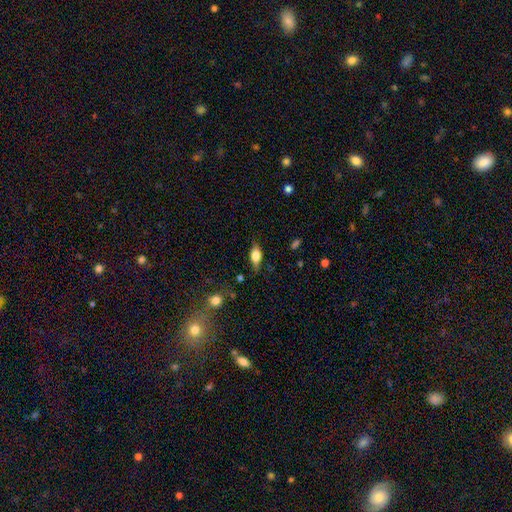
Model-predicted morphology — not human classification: Smooth or featured: smooth — 66% (featured or disk — 26%)
How rounded: in between — 80% (cigar-shaped — 12%)
Merging: none — 73% (minor disturbance — 20%)